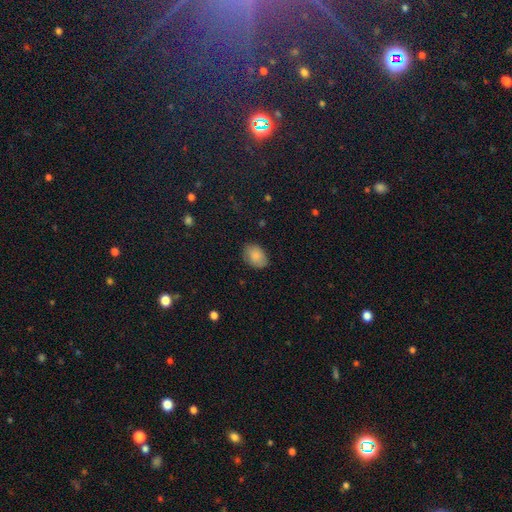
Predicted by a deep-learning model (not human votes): A smooth galaxy with no disk features (85%) that is in between round and cigar-shaped (77%). Merging: none (81%).